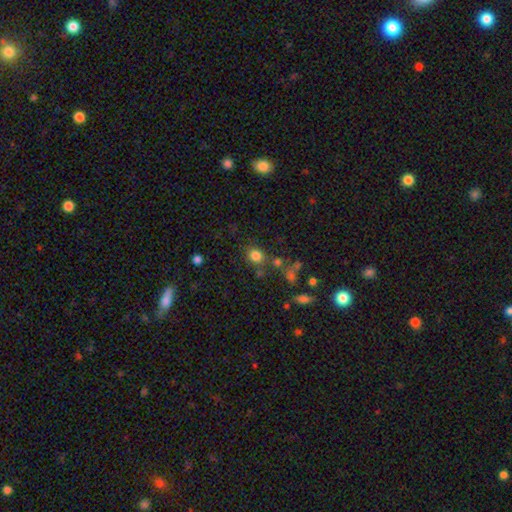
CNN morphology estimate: This is clearly a smooth galaxy (80%). How rounded: likely round (73%). Merging: likely none (73%).